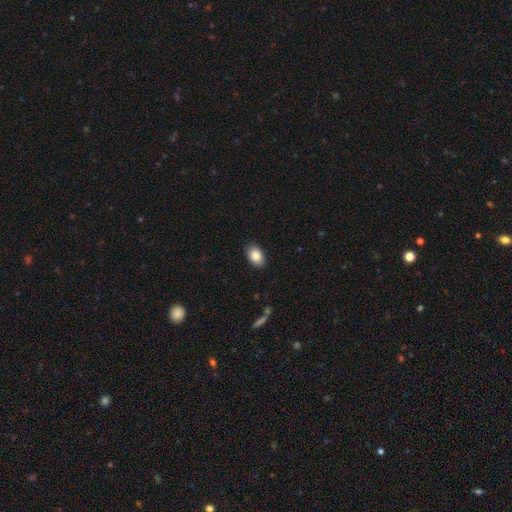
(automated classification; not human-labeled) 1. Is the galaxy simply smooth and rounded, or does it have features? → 87% smooth, 7% star or artifact, 5% featured or disk.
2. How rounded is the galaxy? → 87% in between, 12% round, 1% cigar-shaped.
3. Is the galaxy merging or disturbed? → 88% none, 9% minor disturbance, 2% major disturbance, 1% merger.